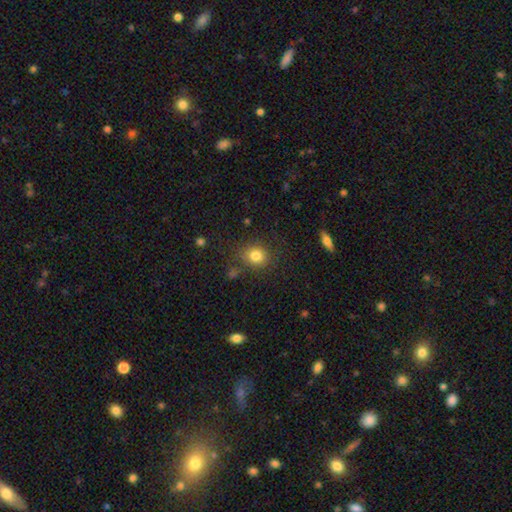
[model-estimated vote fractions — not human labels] Smooth or featured? Predicted: smooth (p=0.81). How rounded? Predicted: round (p=0.73). Merging? Predicted: none (p=0.80).